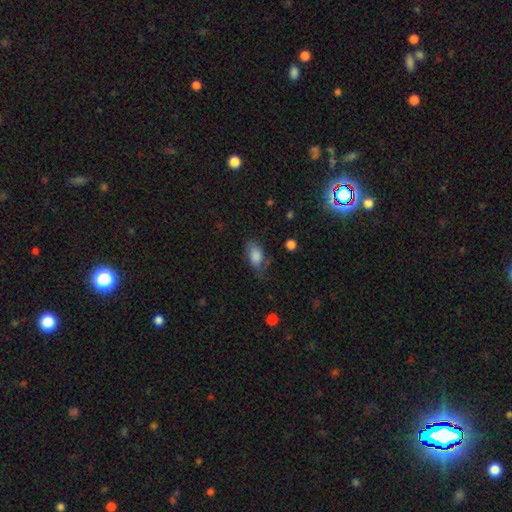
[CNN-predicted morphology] This appears to be a smooth galaxy with no disk features (82%) that is in between round and cigar-shaped (90%). Merging: none (53%).